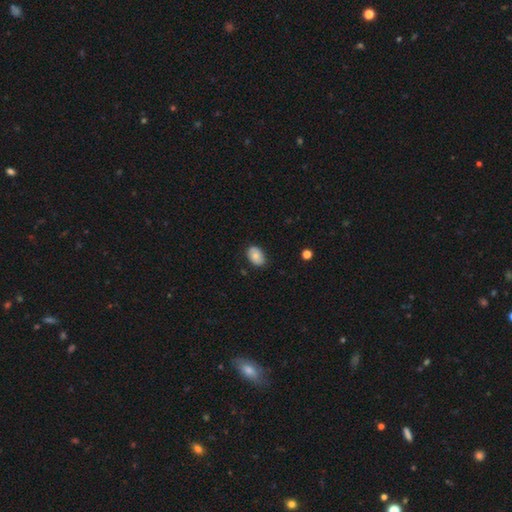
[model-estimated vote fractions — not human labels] Morphology: type=smooth (74%); roundness=in between (84%); merging=none (77%).